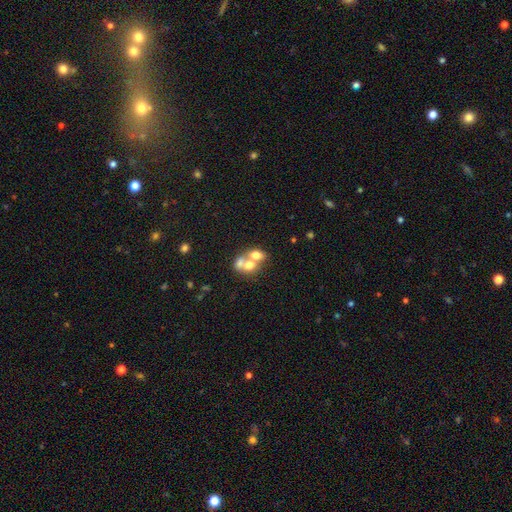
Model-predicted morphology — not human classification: smooth_or_featured: smooth (p=0.60) [alt: featured or disk p=0.29]
how_rounded: round (p=0.50) [alt: in between p=0.48]
merging: merger (p=0.68) [alt: none p=0.22]